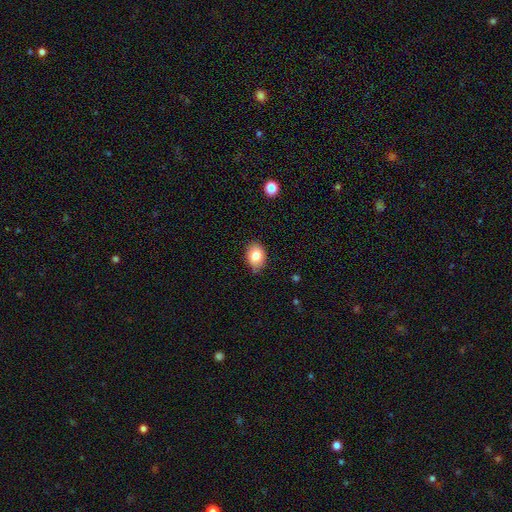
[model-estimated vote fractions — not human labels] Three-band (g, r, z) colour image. It shows a smooth galaxy with no disk features (83%) that is in between round and cigar-shaped (73%). Merging: none (79%).